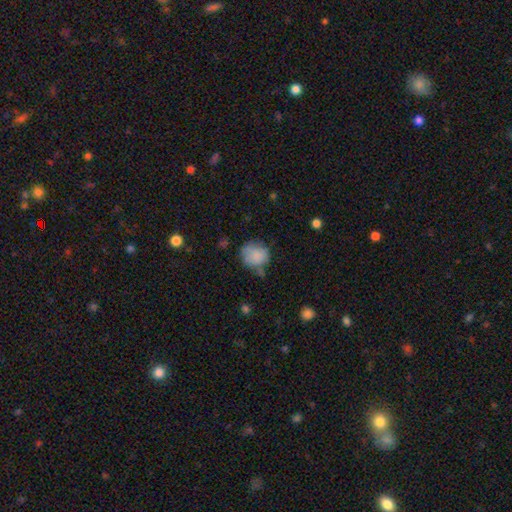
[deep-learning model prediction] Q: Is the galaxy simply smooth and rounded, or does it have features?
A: smooth — 78%.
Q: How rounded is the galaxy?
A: round — 73%.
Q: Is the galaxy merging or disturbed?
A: none — 52%.